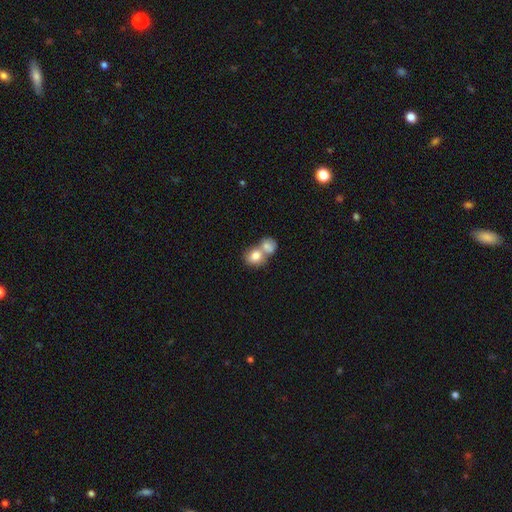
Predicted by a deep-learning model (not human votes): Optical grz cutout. It shows a smooth galaxy with no disk features (78%) that is round (60%). Merging: merger (68%).